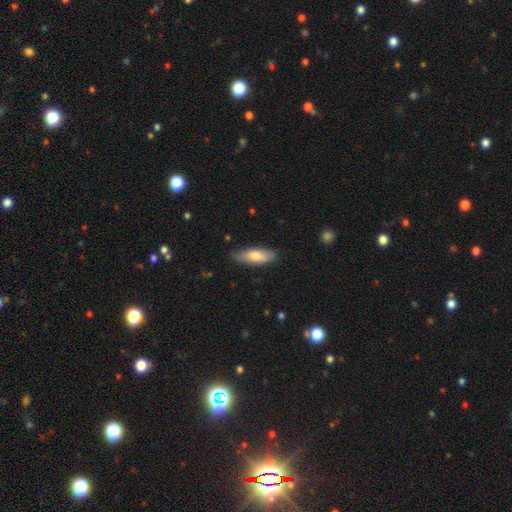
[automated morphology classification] Smooth or featured: smooth — 73% (featured or disk — 21%)
How rounded: in between — 55% (cigar-shaped — 43%)
Merging: none — 79% (minor disturbance — 17%)